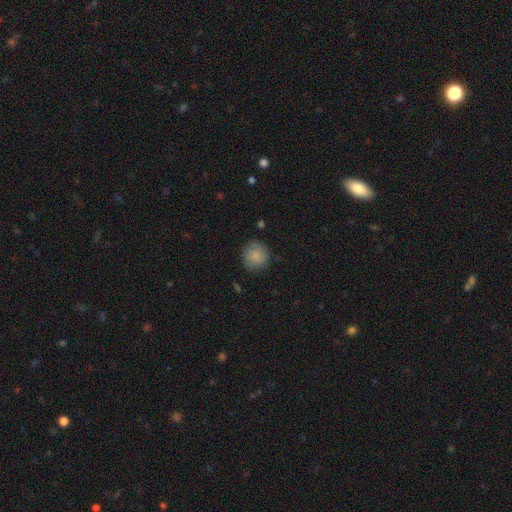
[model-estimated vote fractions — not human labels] This appears to be a smooth galaxy with no disk features (85%) that is round (91%). Merging: none (84%).